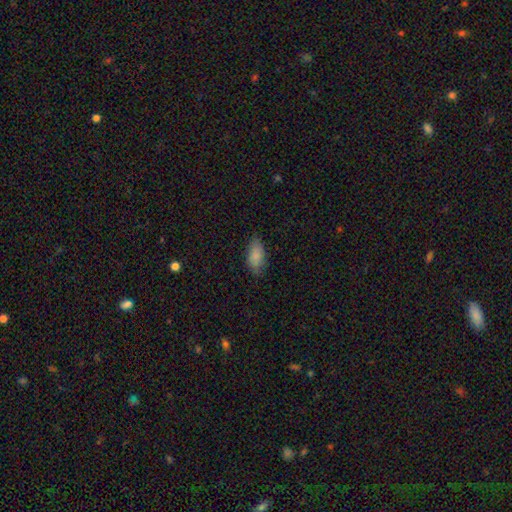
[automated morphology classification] Smooth or featured? smooth (86%)
How rounded? in between (90%)
Merging? none (75%)